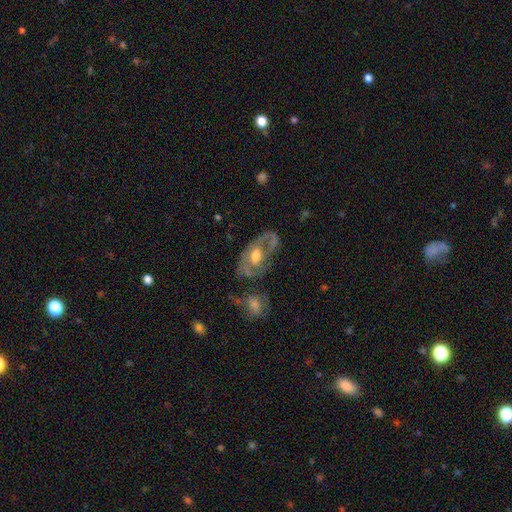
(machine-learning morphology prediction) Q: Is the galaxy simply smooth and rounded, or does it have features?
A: featured or disk — 69%.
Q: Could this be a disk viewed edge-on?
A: no — 92%.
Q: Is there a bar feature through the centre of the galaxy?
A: no — 69%.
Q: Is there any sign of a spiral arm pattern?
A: yes — 59%.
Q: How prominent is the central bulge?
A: moderate — 63%.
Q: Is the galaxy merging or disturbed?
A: none — 51%.